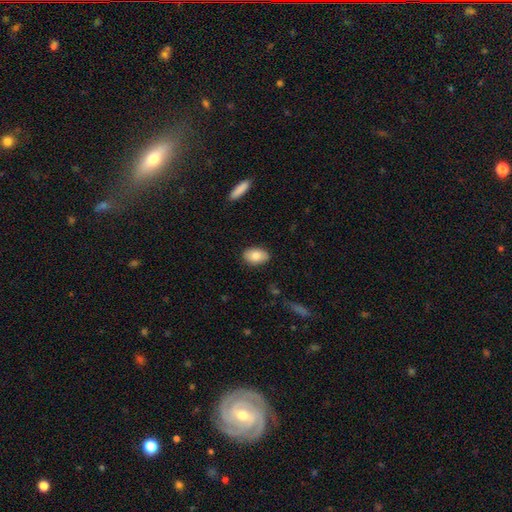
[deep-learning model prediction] Smooth or featured?
  - smooth: 83% *
  - featured or disk: 10%
  - star or artifact: 7%
How rounded?
  - in between: 91% *
  - round: 8%
  - cigar-shaped: 2%
Merging?
  - none: 86% *
  - minor disturbance: 10%
  - major disturbance: 2%
  - merger: 1%